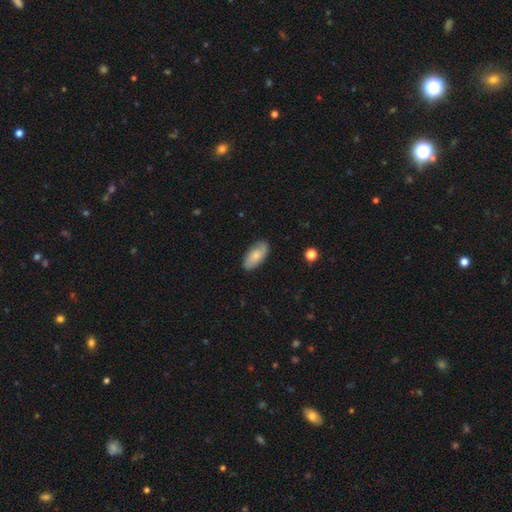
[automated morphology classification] Smooth or featured?
  - smooth: 73% *
  - featured or disk: 21%
  - star or artifact: 6%
How rounded?
  - in between: 92% *
  - cigar-shaped: 5%
  - round: 2%
Merging?
  - none: 82% *
  - minor disturbance: 15%
  - major disturbance: 3%
  - merger: 1%